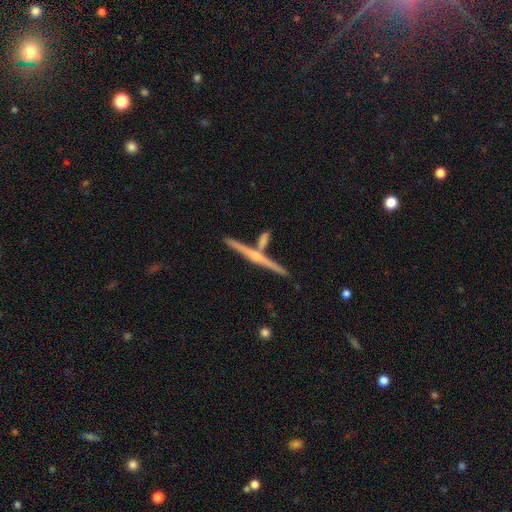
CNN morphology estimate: Smooth or featured? featured or disk (75%)
Edge-on disk? yes (98%)
Edge-on bulge? rounded (69%)
Merging? none (80%)